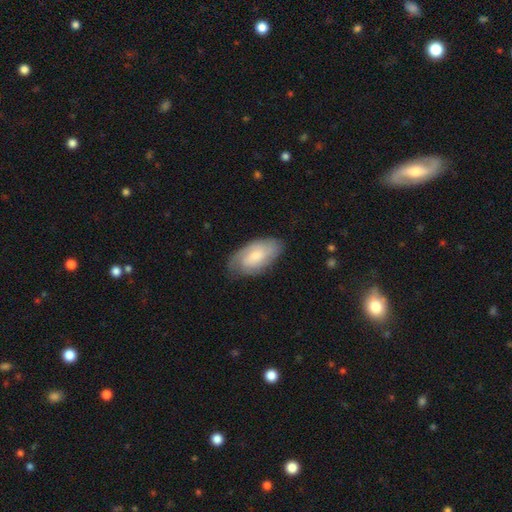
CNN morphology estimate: Smooth or featured?
  - smooth: 48% *
  - featured or disk: 46%
  - star or artifact: 6%
Merging?
  - none: 72% *
  - minor disturbance: 21%
  - major disturbance: 6%
  - merger: 1%